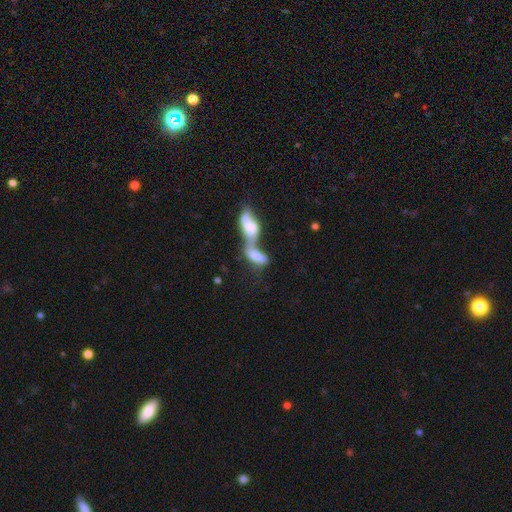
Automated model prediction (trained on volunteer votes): Morphology: type=smooth (59%); roundness=in between (74%); merging=merger (82%).